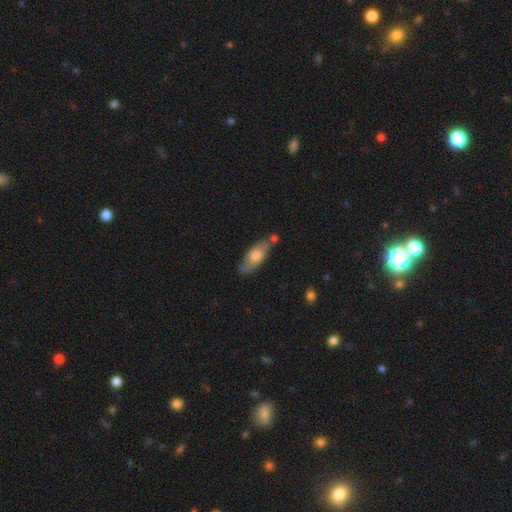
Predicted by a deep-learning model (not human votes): smooth-or-featured: smooth: 51% | featured or disk: 43% | star or artifact: 6%
  how-rounded: in between: 68% | cigar-shaped: 28% | round: 3%
  merging: none: 64% | minor disturbance: 21% | merger: 10% | major disturbance: 6%